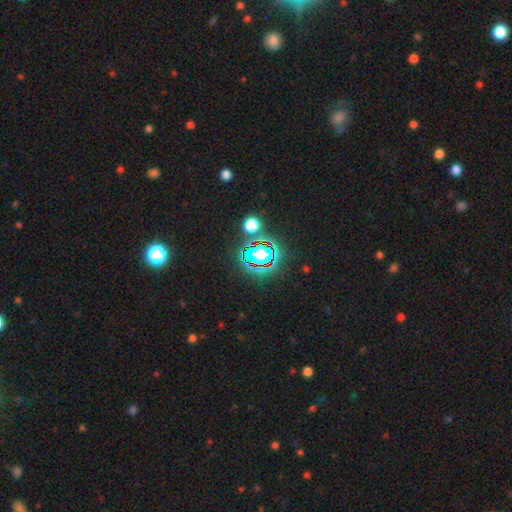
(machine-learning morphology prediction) The model was most divided on "smooth or featured": star or artifact: 76%, smooth: 15%, featured or disk: 8%.